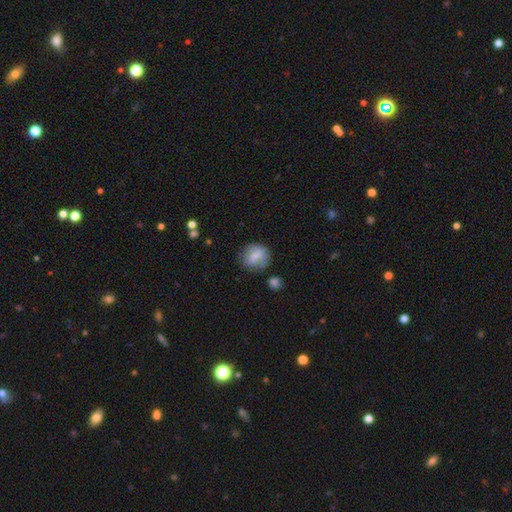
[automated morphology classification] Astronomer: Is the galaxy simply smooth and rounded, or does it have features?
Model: smooth — 74%.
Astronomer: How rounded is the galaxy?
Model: round — 68%.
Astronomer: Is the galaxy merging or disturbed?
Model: none — 70%.